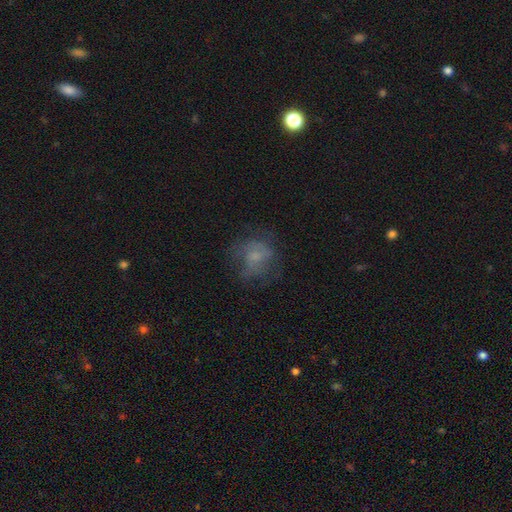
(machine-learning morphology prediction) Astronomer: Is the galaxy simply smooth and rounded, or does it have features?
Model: smooth — 48% (runner-up: featured or disk, 38%).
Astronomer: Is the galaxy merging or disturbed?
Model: none — 54%.